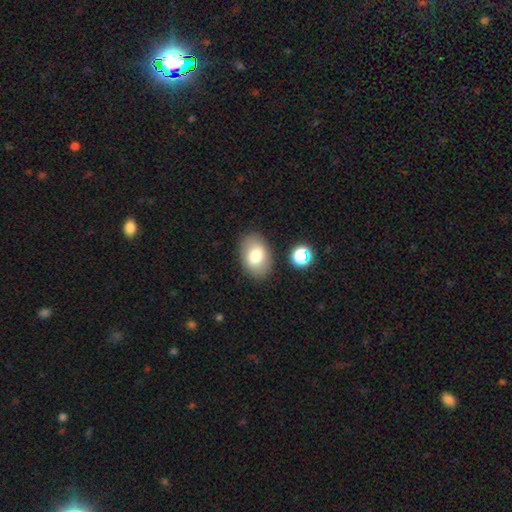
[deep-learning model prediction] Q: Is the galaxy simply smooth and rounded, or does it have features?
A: smooth — 78%.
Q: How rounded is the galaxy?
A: in between — 86%.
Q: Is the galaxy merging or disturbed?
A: none — 84%.